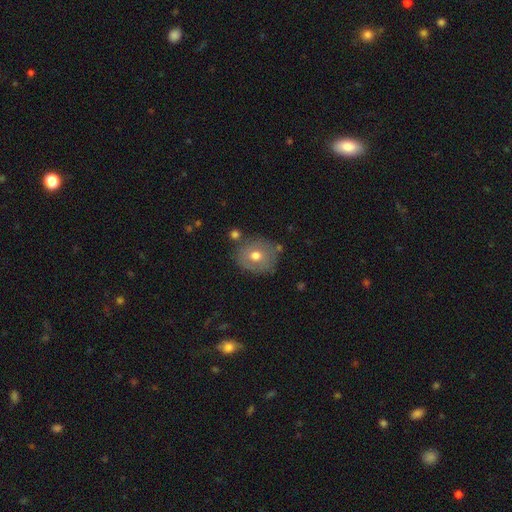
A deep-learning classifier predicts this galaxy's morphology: smooth 63%, featured or disk 29%, star or artifact 9%. Down the decision tree: how rounded — round (77%); merging — none (73%).